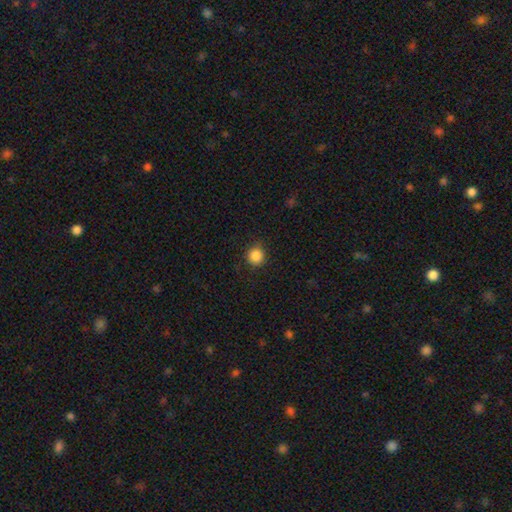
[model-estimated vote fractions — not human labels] Smooth or featured?
  - smooth: 86% *
  - star or artifact: 10%
  - featured or disk: 3%
How rounded?
  - round: 90% *
  - in between: 9%
  - cigar-shaped: 1%
Merging?
  - none: 86% *
  - minor disturbance: 10%
  - major disturbance: 3%
  - merger: 1%